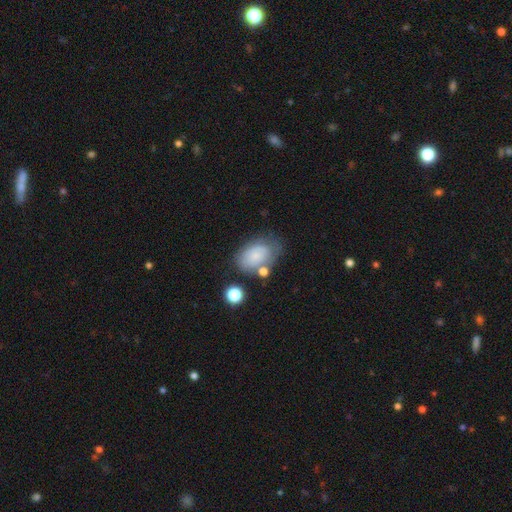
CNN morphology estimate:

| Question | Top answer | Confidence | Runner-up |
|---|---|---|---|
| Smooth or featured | smooth | 66% | featured or disk (25%) |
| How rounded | in between | 84% | round (15%) |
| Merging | none | 51% | minor disturbance (26%) |